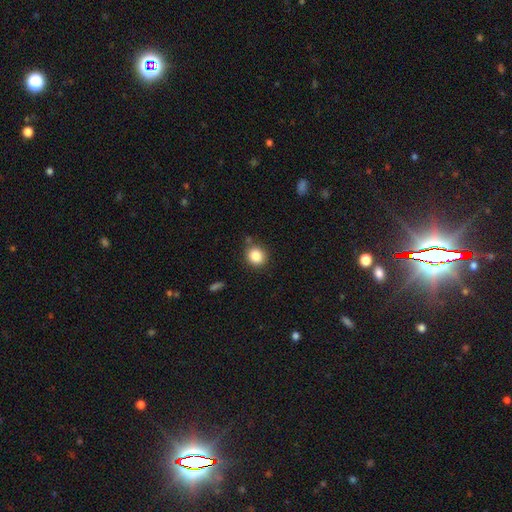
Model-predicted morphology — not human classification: type=smooth (85%); roundness=round (84%); merging=none (81%).